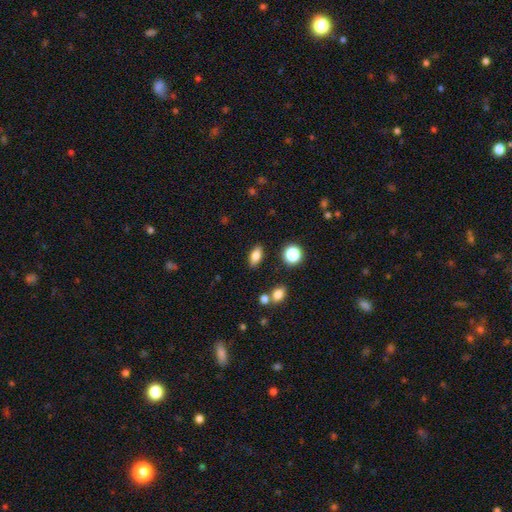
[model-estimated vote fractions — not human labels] smooth_or_featured: smooth (p=0.79) [alt: star or artifact p=0.11]
how_rounded: in between (p=0.81) [alt: round p=0.10]
merging: none (p=0.85) [alt: minor disturbance p=0.09]